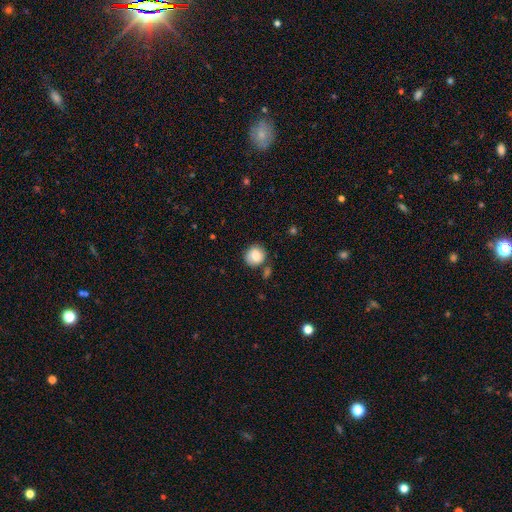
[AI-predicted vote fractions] This is clearly a smooth galaxy (81%). How rounded: clearly round (87%). Merging: likely none (76%).